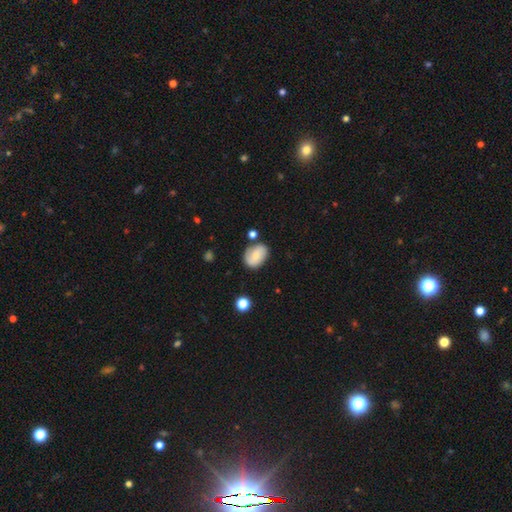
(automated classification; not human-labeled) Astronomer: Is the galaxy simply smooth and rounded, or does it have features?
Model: smooth — 61%.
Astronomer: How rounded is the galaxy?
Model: in between — 73%.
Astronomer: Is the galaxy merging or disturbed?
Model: none — 68%.